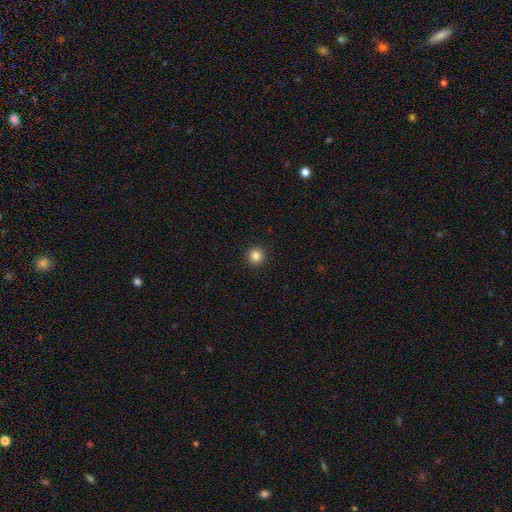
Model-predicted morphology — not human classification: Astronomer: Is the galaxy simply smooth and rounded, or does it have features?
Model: smooth — 84%.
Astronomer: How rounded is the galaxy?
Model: round — 95%.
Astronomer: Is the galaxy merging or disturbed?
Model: none — 94%.